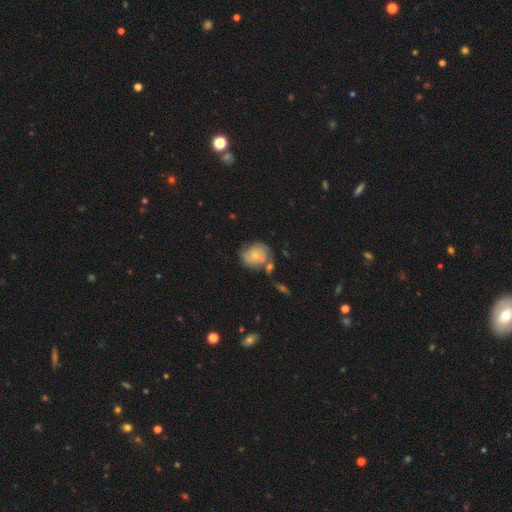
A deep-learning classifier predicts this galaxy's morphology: Smooth or featured? featured or disk (51%)
Edge-on disk? no (97%)
Merging? none (49%)